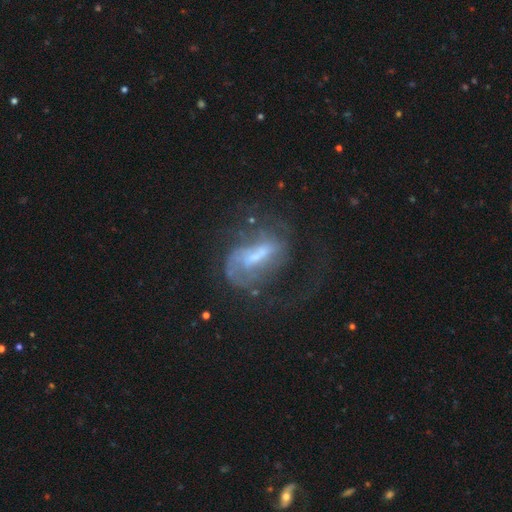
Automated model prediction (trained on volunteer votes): Overall: featured or disk (73%). Edge-on disk: no (93%). Bar: weak (42%; strong 36%). Spiral arms: yes (72%). Bulge size: small (47%; moderate 32%). Merging: major disturbance (40%; none 37%).